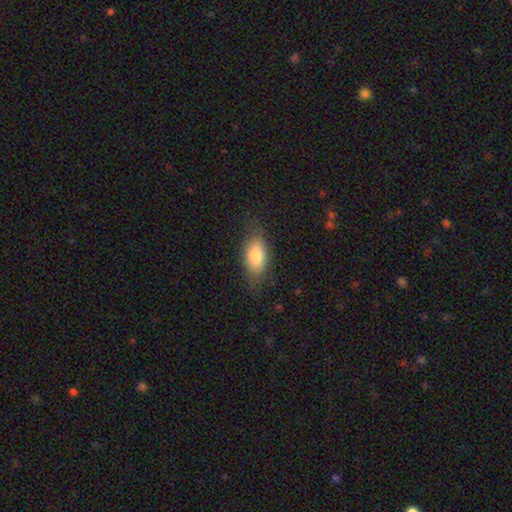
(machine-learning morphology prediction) The model was most divided on "merging": none: 76%, minor disturbance: 18%, major disturbance: 5%, merger: 1%. More confident: how rounded — in between (87%); smooth or featured — smooth (81%).